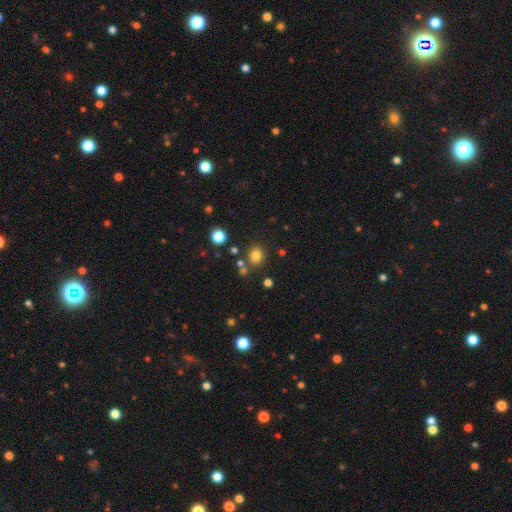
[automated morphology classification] smooth_or_featured: smooth (p=0.80) [alt: star or artifact p=0.14]
how_rounded: round (p=0.80) [alt: in between p=0.19]
merging: none (p=0.80) [alt: minor disturbance p=0.09]